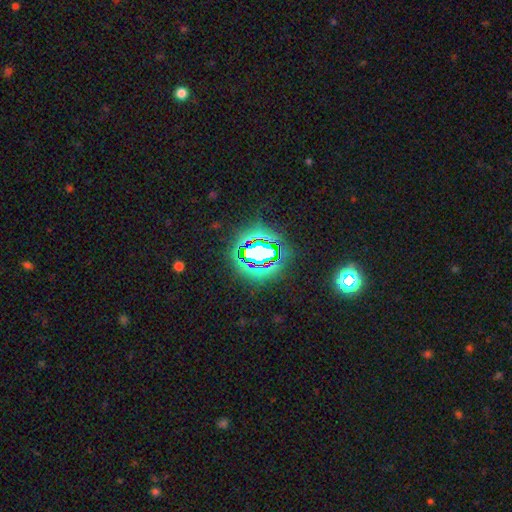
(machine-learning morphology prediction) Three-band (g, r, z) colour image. It shows a star or artifact, not a galaxy (70%).